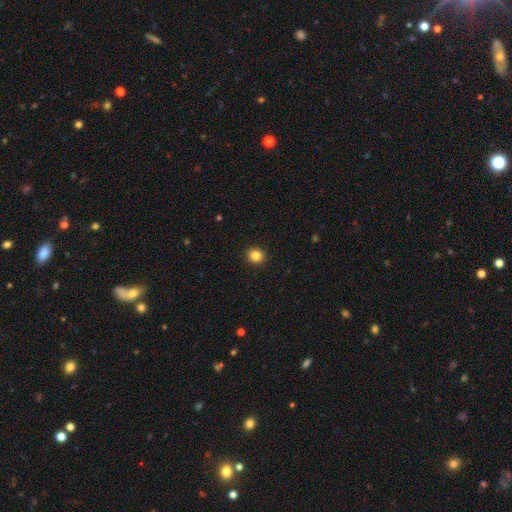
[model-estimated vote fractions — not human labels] This is clearly a smooth galaxy (84%). How rounded: clearly round (89%). Merging: clearly none (92%).